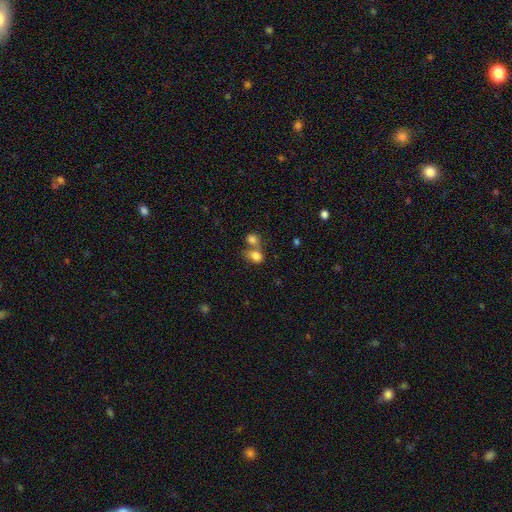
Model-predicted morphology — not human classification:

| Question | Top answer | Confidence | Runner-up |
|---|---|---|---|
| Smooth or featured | smooth | 81% | star or artifact (10%) |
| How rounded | in between | 61% | round (37%) |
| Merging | merger | 53% | none (32%) |